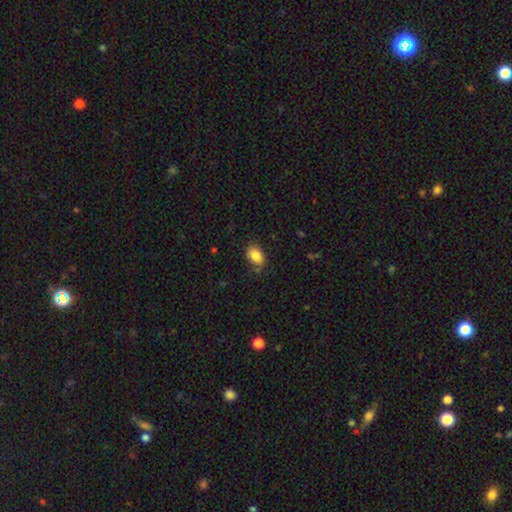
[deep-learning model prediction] The model was most divided on "merging": none: 76%, minor disturbance: 18%, major disturbance: 4%, merger: 2%. More confident: smooth or featured — smooth (85%); how rounded — in between (80%).